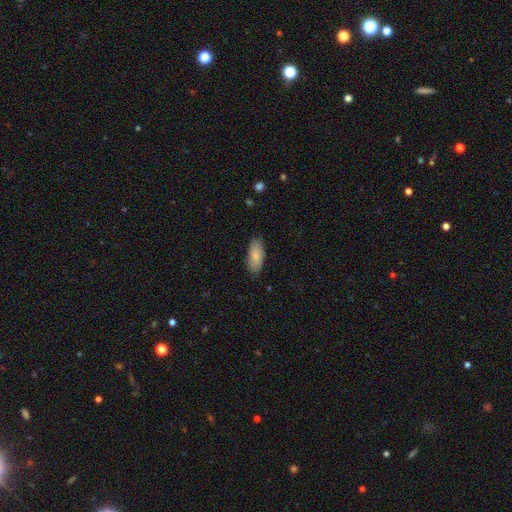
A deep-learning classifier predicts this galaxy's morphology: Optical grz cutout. It shows a smooth galaxy with no disk features (85%) that is in between round and cigar-shaped (88%). Merging: none (82%).